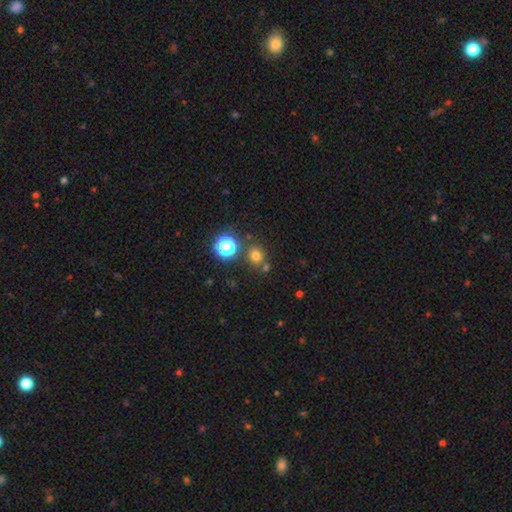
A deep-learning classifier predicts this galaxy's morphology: Smooth or featured? Predicted: smooth (p=0.72). How rounded? Predicted: round (p=0.81). Merging? Predicted: none (p=0.75).